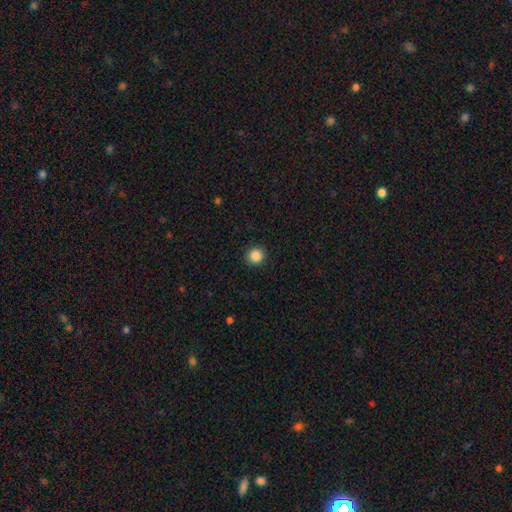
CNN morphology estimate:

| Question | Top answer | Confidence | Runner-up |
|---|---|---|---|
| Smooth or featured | smooth | 87% | star or artifact (10%) |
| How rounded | round | 92% | in between (7%) |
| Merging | none | 91% | minor disturbance (6%) |